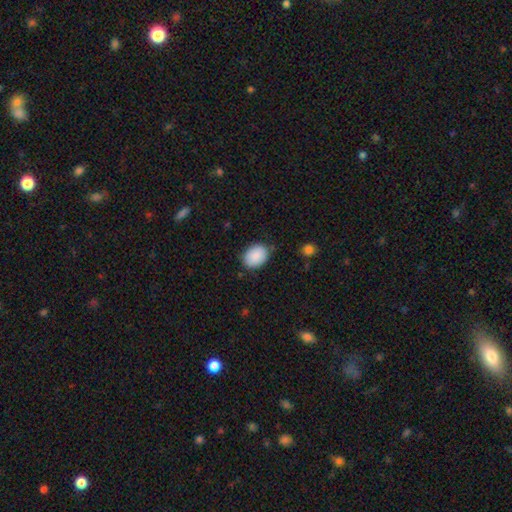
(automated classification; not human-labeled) smooth-or-featured: smooth: 89% | star or artifact: 7% | featured or disk: 4%
  how-rounded: in between: 68% | round: 31% | cigar-shaped: 1%
  merging: none: 82% | minor disturbance: 13% | major disturbance: 3% | merger: 2%